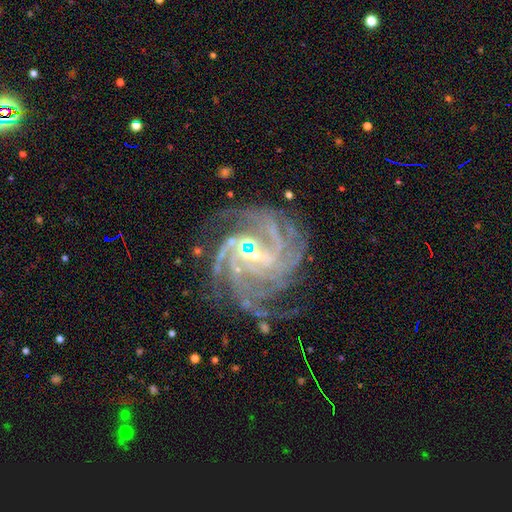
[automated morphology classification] Q: Smooth or featured?
A: featured or disk (90%); runner-up: star or artifact (7%)
Q: Edge-on disk?
A: no (98%); runner-up: yes (2%)
Q: Bar?
A: weak (46%); runner-up: strong (31%)
Q: Spiral arms?
A: yes (98%); runner-up: no (2%)
Q: Spiral winding?
A: tight (59%); runner-up: medium (35%)
Q: Spiral arm count?
A: 4 (32%); runner-up: more than 4 (21%)
Q: Bulge size?
A: small (67%); runner-up: moderate (22%)
Q: Merging?
A: none (68%); runner-up: minor disturbance (17%)